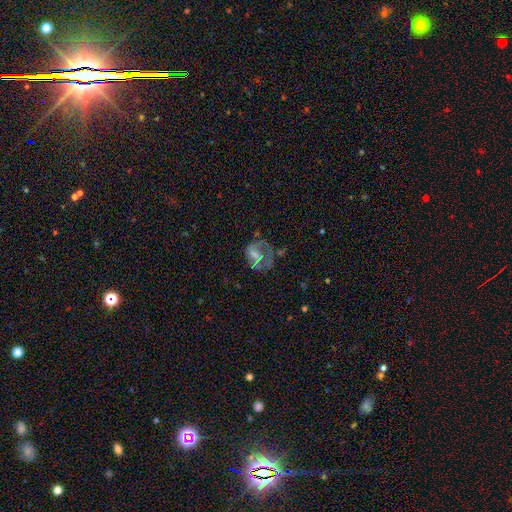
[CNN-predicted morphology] A featured or disk galaxy (54%) with no bar (60%), no spiral arms (59%) and no central bulge (43%).

Vote fractions:
- Smooth or featured? featured or disk: 54% / smooth: 34% / star or artifact: 12%
- Edge-on disk? no: 98% / yes: 2%
- Bar? no: 60% / weak: 31% / strong: 9%
- Spiral arms? no: 59% / yes: 41%
- Bulge size? none: 43% / small: 26% / moderate: 24% / large: 6% / dominant: 1%
- Merging? major disturbance: 45% / none: 29% / minor disturbance: 20% / merger: 6%